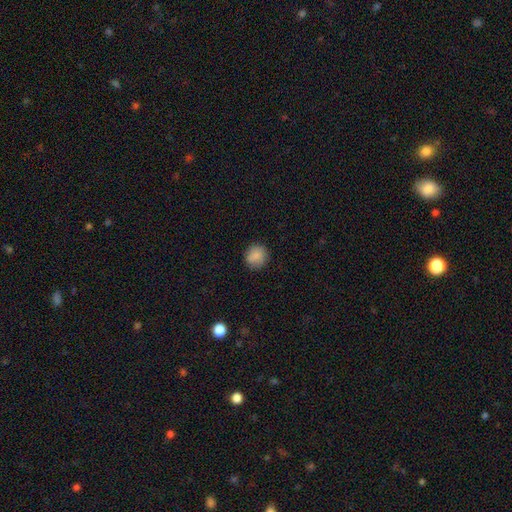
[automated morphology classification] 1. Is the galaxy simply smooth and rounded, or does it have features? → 86% smooth, 9% star or artifact, 5% featured or disk.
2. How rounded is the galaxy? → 85% round, 14% in between, 1% cigar-shaped.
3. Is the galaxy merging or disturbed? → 86% none, 10% minor disturbance, 3% major disturbance, 1% merger.